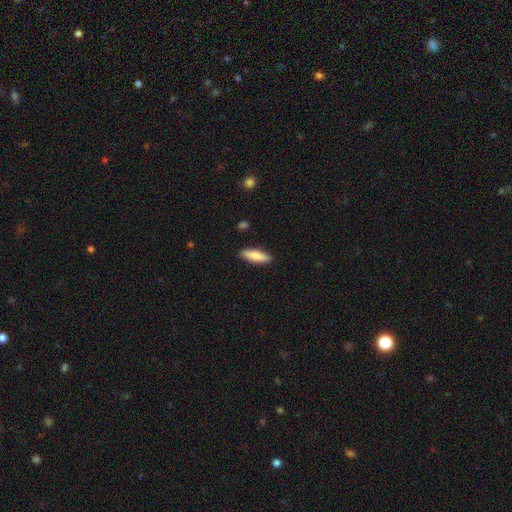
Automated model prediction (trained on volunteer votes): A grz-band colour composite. It shows a smooth galaxy with no disk features (82%) that is cigar-shaped (53%). Merging: none (89%).